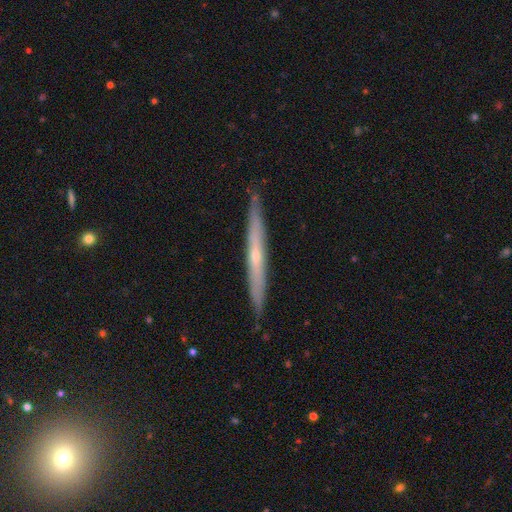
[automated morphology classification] This is likely a featured or disk galaxy (67%). It is clearly viewed edge-on (96%). Edge-on bulge: possibly rounded (49%). Merging: clearly none (89%).